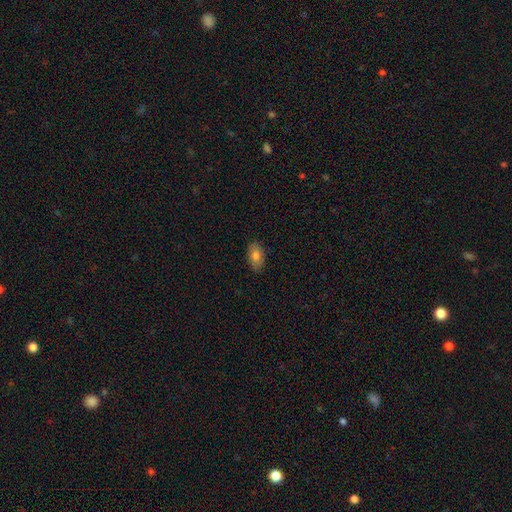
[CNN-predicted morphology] Q: Smooth or featured?
A: smooth (78%); runner-up: featured or disk (14%)
Q: How rounded?
A: in between (90%); runner-up: round (7%)
Q: Merging?
A: none (86%); runner-up: minor disturbance (11%)